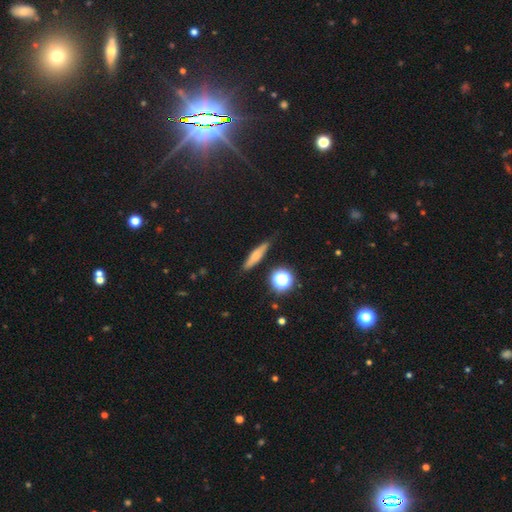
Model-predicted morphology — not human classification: smooth-or-featured: smooth: 64% | featured or disk: 24% | star or artifact: 12%
  how-rounded: cigar-shaped: 78% | in between: 15% | round: 7%
  merging: none: 83% | minor disturbance: 12% | major disturbance: 3% | merger: 2%